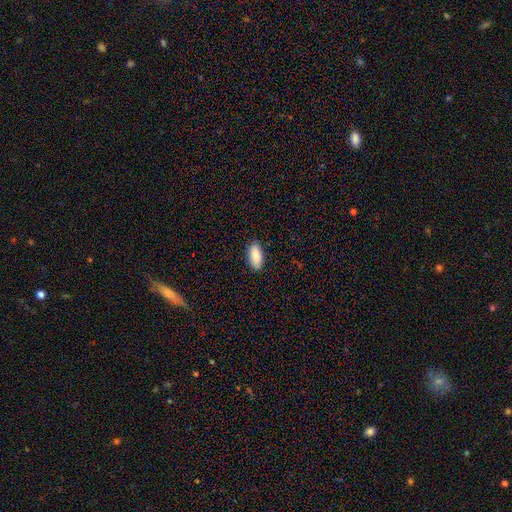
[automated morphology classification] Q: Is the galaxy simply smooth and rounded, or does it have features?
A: smooth — 88%.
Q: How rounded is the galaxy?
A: in between — 89%.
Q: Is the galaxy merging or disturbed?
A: none — 88%.